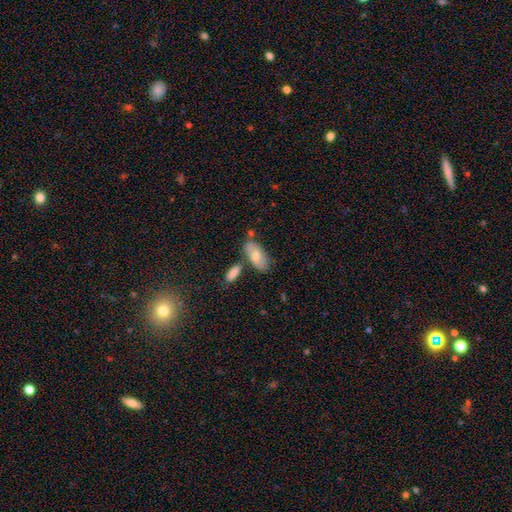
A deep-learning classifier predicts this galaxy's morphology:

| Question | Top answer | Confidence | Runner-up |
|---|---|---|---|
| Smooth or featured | smooth | 70% | featured or disk (24%) |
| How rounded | in between | 89% | cigar-shaped (8%) |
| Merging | none | 64% | minor disturbance (17%) |